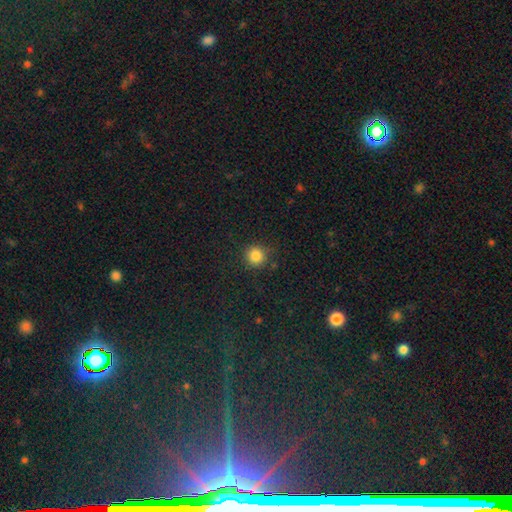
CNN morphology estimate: A smooth galaxy with no disk features (84%) that is round (93%).

Vote fractions:
- Smooth or featured? smooth: 84% / star or artifact: 11% / featured or disk: 4%
- How rounded? round: 93% / in between: 6% / cigar-shaped: 1%
- Merging? none: 85% / minor disturbance: 10% / major disturbance: 4% / merger: 2%